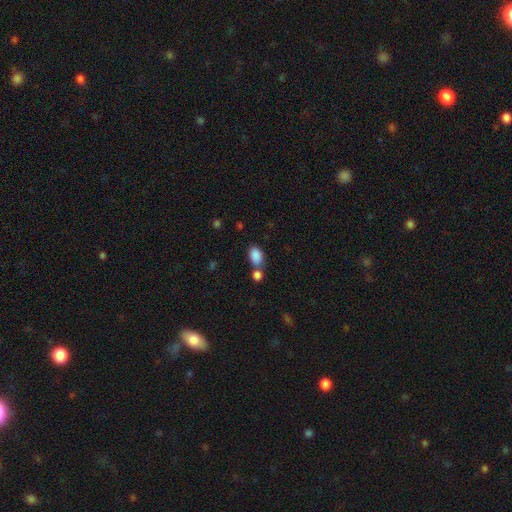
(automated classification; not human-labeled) A smooth galaxy with no disk features (87%) that is in between round and cigar-shaped (86%). Merging: none (51%).